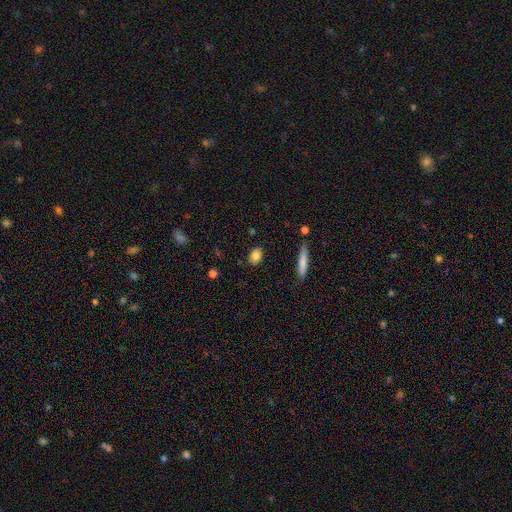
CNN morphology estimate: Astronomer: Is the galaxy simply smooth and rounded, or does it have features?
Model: smooth — 83%.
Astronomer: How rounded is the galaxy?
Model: in between — 75%.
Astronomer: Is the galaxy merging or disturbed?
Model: none — 86%.